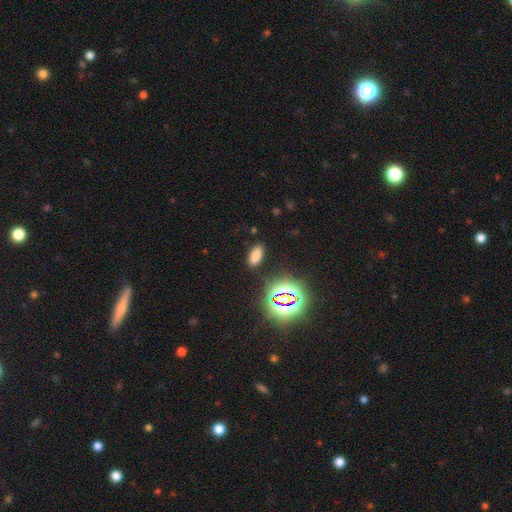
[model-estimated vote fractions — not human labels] Smooth or featured? Predicted: smooth (p=0.71). How rounded? Predicted: in between (p=0.88). Merging? Predicted: none (p=0.88).